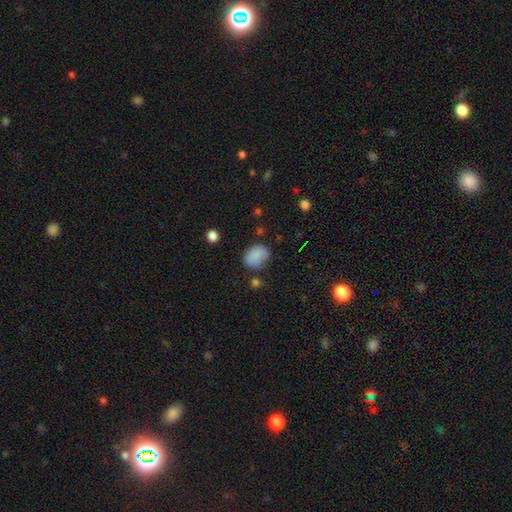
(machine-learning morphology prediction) Q: Smooth or featured?
A: smooth (82%); runner-up: star or artifact (10%)
Q: How rounded?
A: in between (67%); runner-up: round (32%)
Q: Merging?
A: none (64%); runner-up: minor disturbance (24%)